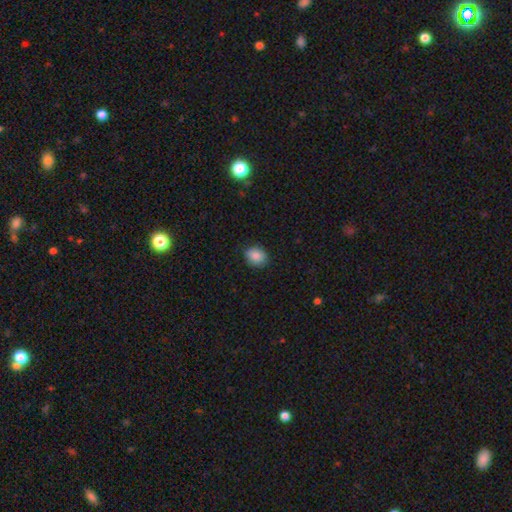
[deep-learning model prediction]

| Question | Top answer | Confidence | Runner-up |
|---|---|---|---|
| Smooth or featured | smooth | 87% | star or artifact (8%) |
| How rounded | round | 54% | in between (45%) |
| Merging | none | 86% | minor disturbance (10%) |